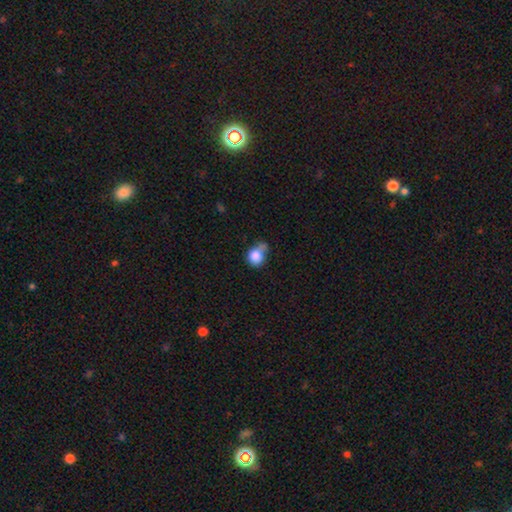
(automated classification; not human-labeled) Smooth or featured: smooth — 83% (star or artifact — 9%)
How rounded: round — 75% (in between — 24%)
Merging: none — 36% (minor disturbance — 26%)